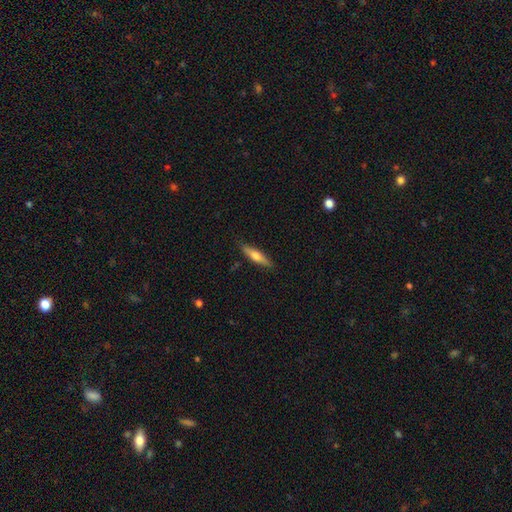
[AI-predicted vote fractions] Smooth or featured?
  - smooth: 57% *
  - featured or disk: 37%
  - star or artifact: 6%
How rounded?
  - cigar-shaped: 77% *
  - in between: 21%
  - round: 2%
Merging?
  - none: 87% *
  - minor disturbance: 10%
  - major disturbance: 2%
  - merger: 1%